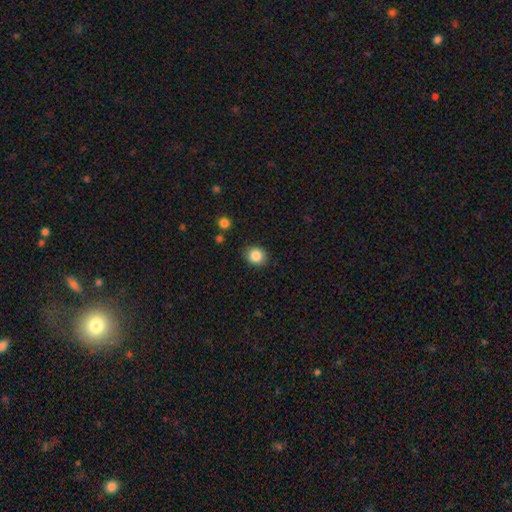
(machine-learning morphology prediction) Overall: smooth (85%). How rounded: round (77%). Merging: none (88%).